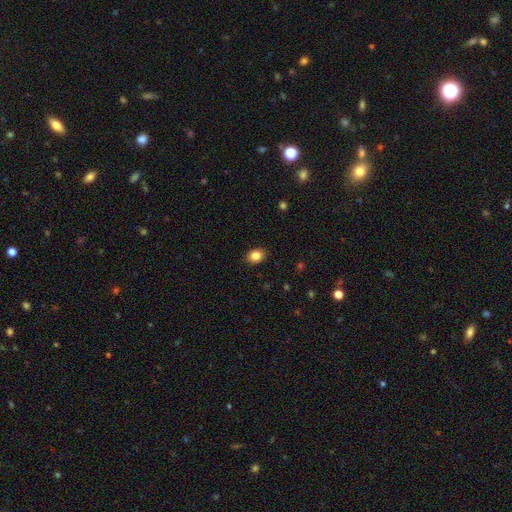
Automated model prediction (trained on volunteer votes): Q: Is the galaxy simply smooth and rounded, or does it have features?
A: smooth — 85%.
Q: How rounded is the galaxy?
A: in between — 59%.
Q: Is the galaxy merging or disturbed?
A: none — 88%.